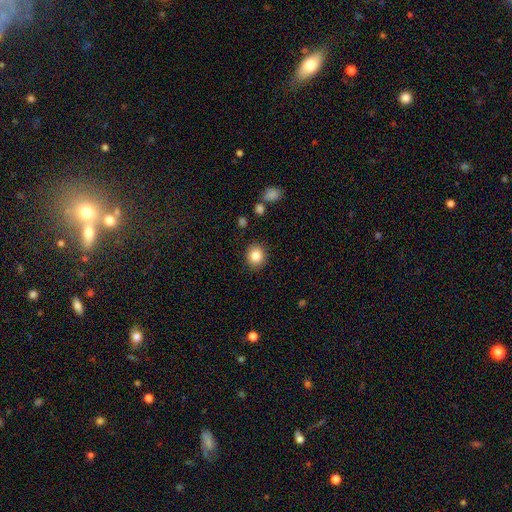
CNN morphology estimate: smooth_or_featured: smooth (p=0.84) [alt: star or artifact p=0.09]
how_rounded: round (p=0.81) [alt: in between p=0.18]
merging: none (p=0.89) [alt: minor disturbance p=0.07]